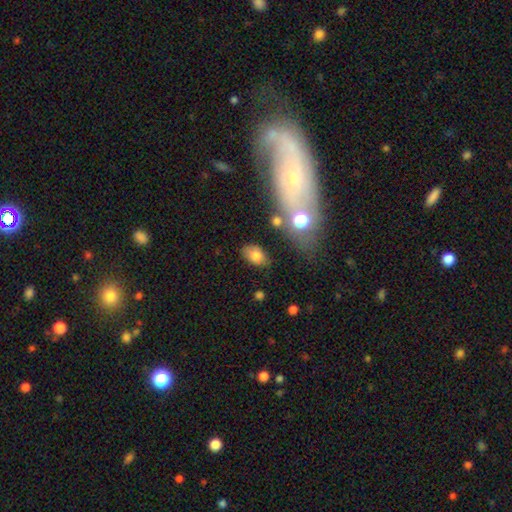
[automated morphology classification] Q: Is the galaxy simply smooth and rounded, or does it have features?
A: smooth — 76%.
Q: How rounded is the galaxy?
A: in between — 86%.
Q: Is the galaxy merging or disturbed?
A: none — 75%.